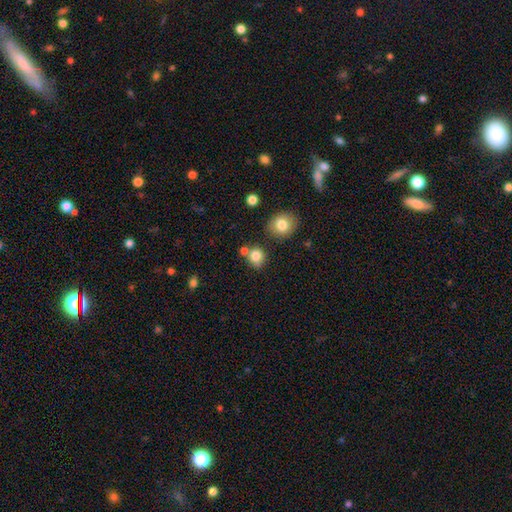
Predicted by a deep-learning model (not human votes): A smooth galaxy with no disk features (82%) that is round (74%).

Vote fractions:
- Smooth or featured? smooth: 82% / star or artifact: 11% / featured or disk: 7%
- How rounded? round: 74% / in between: 25% / cigar-shaped: 1%
- Merging? none: 62% / merger: 19% / minor disturbance: 14% / major disturbance: 5%